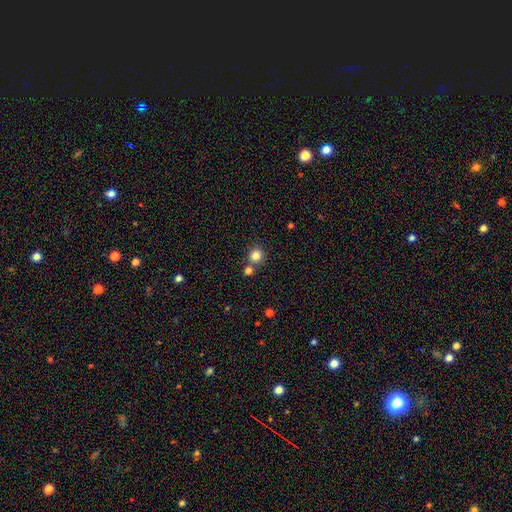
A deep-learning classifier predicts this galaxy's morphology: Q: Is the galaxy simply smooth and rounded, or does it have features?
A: smooth — 82%.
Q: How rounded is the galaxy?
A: round — 92%.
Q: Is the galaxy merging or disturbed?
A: none — 74%.